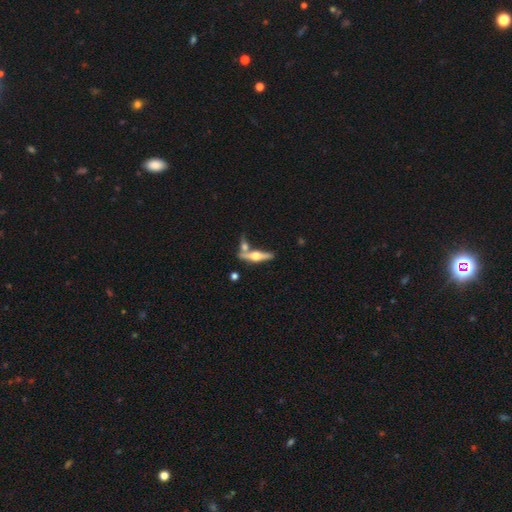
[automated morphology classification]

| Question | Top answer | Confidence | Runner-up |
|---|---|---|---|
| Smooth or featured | featured or disk | 71% | smooth (23%) |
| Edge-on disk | yes | 95% | no (5%) |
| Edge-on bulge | rounded | 95% | boxy (3%) |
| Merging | none | 59% | merger (26%) |